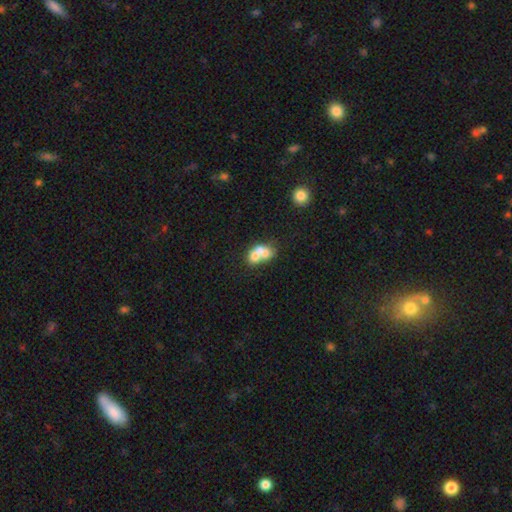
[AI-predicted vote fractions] Smooth or featured?
  - smooth: 58% *
  - featured or disk: 31%
  - star or artifact: 11%
How rounded?
  - in between: 55% *
  - round: 43%
  - cigar-shaped: 2%
Merging?
  - merger: 70% *
  - none: 19%
  - minor disturbance: 6%
  - major disturbance: 5%